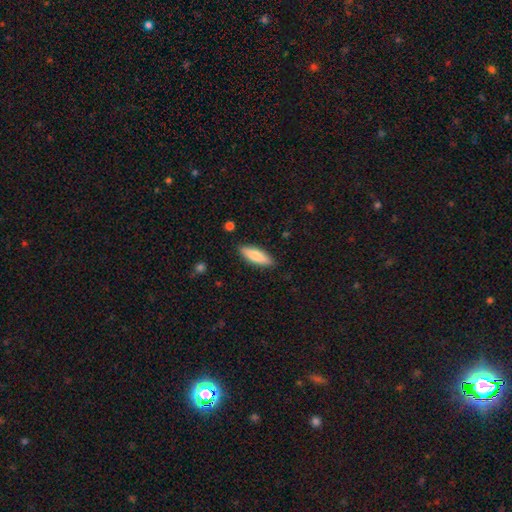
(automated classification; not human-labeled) This is clearly a smooth galaxy (80%). How rounded: possibly in between (52%). Merging: clearly none (88%).